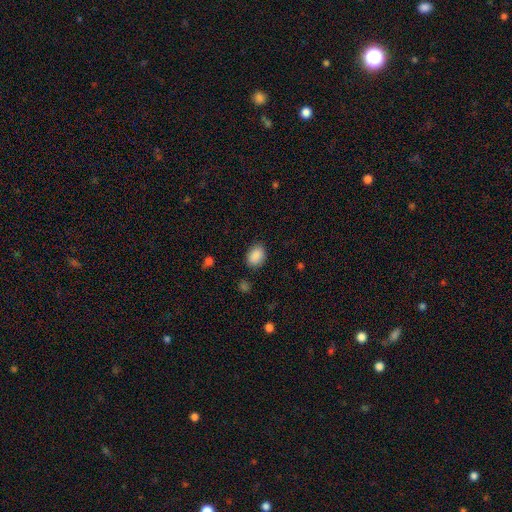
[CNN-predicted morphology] A smooth galaxy with no disk features (88%) that is in between round and cigar-shaped (71%). Merging: none (82%).